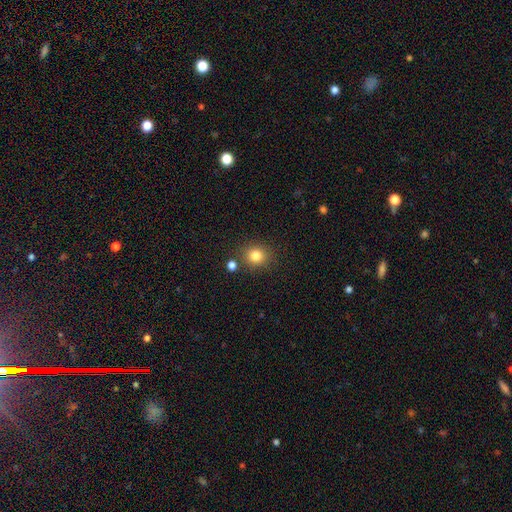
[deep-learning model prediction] This appears to be a smooth galaxy with no disk features (82%) that is round (83%). Merging: none (82%).